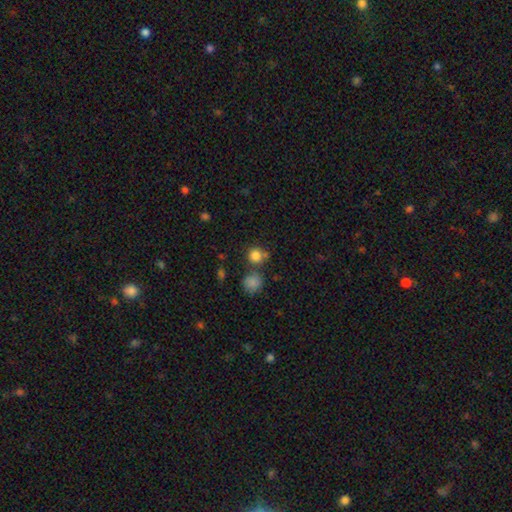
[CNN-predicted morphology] Smooth or featured?
  - smooth: 83% *
  - star or artifact: 12%
  - featured or disk: 6%
How rounded?
  - round: 86% *
  - in between: 12%
  - cigar-shaped: 1%
Merging?
  - none: 64% *
  - merger: 20%
  - minor disturbance: 11%
  - major disturbance: 4%